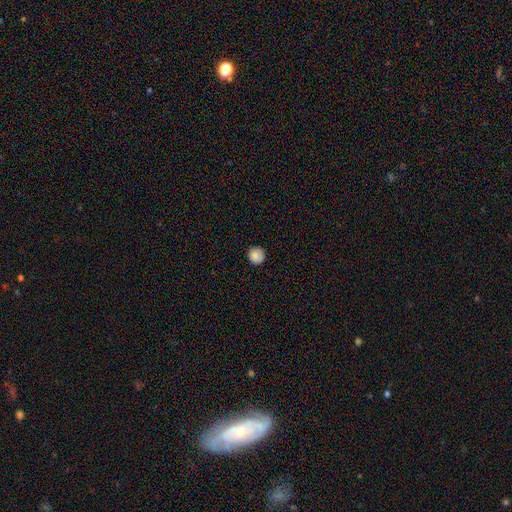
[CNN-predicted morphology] This appears to be a smooth galaxy with no disk features (83%) that is round (94%). Merging: none (85%).